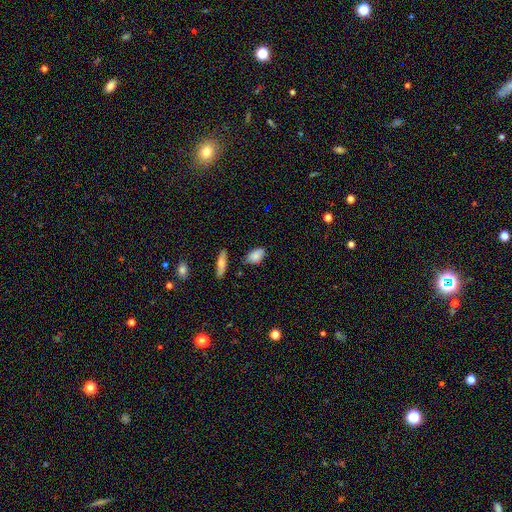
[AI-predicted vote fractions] Smooth or featured? smooth (82%)
How rounded? in between (90%)
Merging? none (70%)